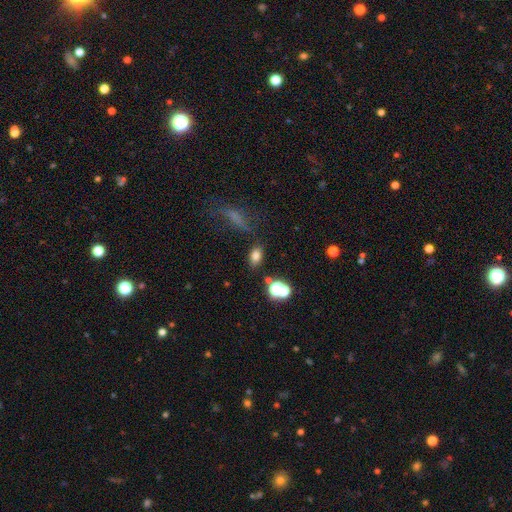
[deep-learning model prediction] Smooth or featured: smooth — 75% (star or artifact — 16%)
How rounded: in between — 83% (round — 13%)
Merging: none — 79% (minor disturbance — 12%)